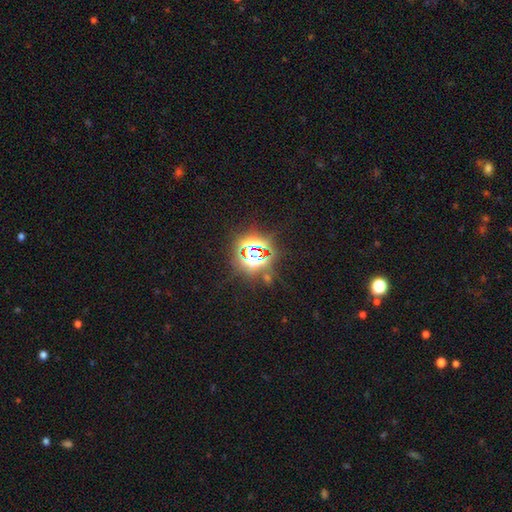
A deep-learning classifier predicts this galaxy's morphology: A star or artifact, not a galaxy (77%).